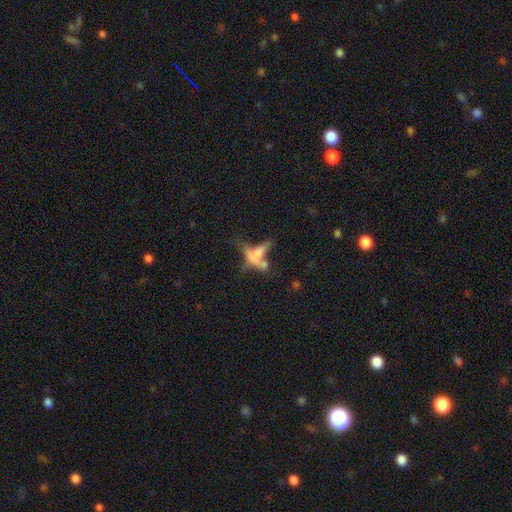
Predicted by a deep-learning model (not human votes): This appears to be a smooth galaxy with no disk features (44%). Merging: merger (47%).